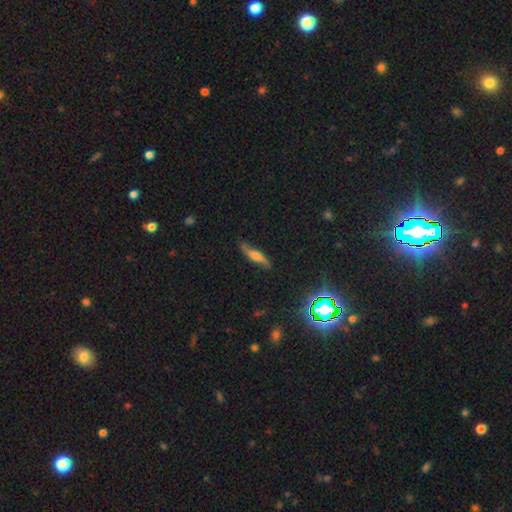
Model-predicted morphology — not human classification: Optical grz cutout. It shows a featured or disk galaxy (50%) viewed edge-on (60%). Merging: none (78%).